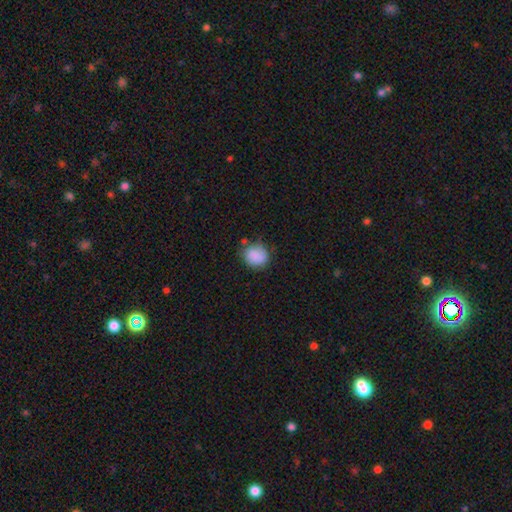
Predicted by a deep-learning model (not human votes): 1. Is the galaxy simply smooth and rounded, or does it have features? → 87% smooth, 8% star or artifact, 6% featured or disk.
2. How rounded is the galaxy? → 76% round, 23% in between, 1% cigar-shaped.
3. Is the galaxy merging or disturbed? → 67% none, 23% minor disturbance, 6% major disturbance, 5% merger.